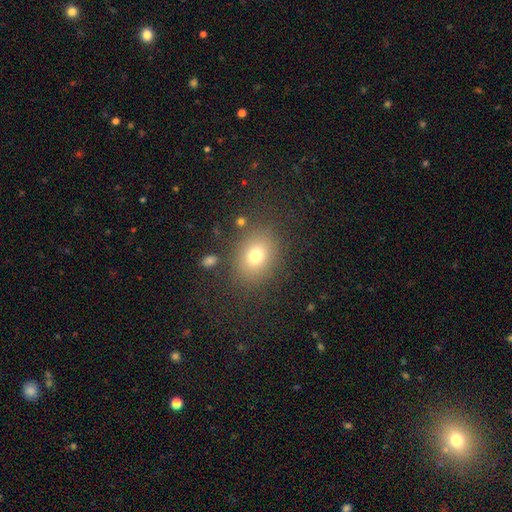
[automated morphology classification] A smooth galaxy with no disk features (75%) that is in between round and cigar-shaped (51%). Merging: none (81%).